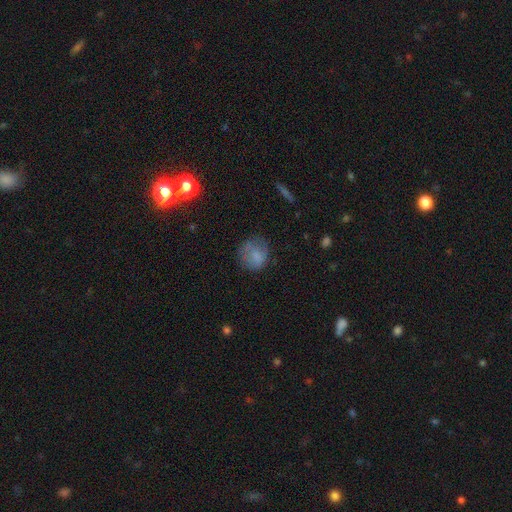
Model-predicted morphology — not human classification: This is likely a smooth galaxy (73%). How rounded: likely round (79%). Merging: likely none (62%).